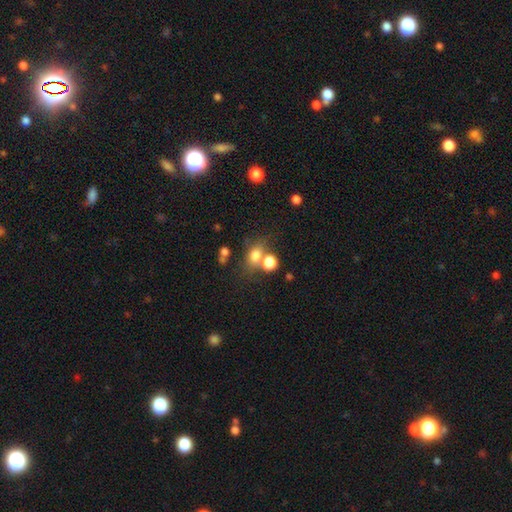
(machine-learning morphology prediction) This is likely a smooth galaxy (74%). How rounded: possibly in between (53%). Merging: possibly none (49%).